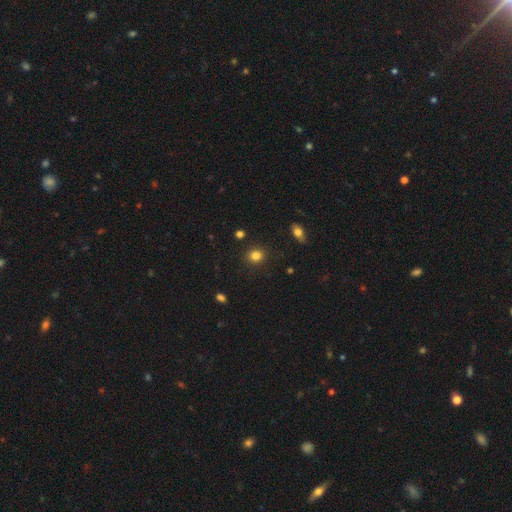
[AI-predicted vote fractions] Overall: smooth (84%). How rounded: round (76%). Merging: none (89%).